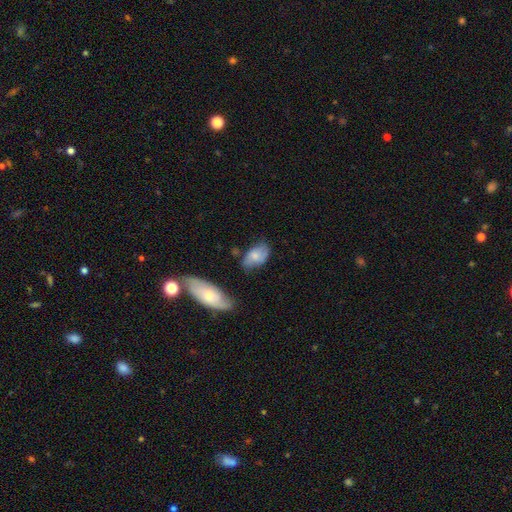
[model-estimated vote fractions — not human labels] smooth_or_featured: smooth (p=0.66) [alt: featured or disk p=0.26]
how_rounded: in between (p=0.90) [alt: round p=0.08]
merging: none (p=0.53) [alt: minor disturbance p=0.31]